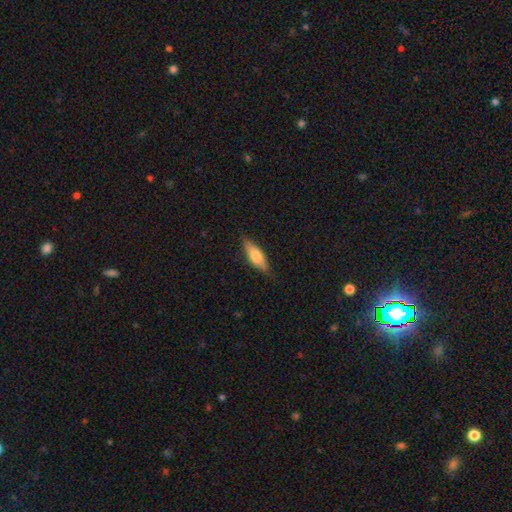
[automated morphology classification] This appears to be a smooth galaxy with no disk features (61%) that is cigar-shaped (51%). Merging: none (83%).